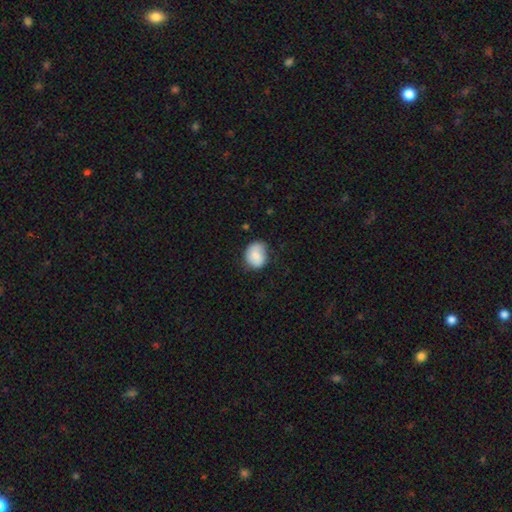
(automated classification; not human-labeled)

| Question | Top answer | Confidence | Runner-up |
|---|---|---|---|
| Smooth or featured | smooth | 78% | featured or disk (15%) |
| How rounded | round | 62% | in between (37%) |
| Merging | none | 66% | minor disturbance (26%) |